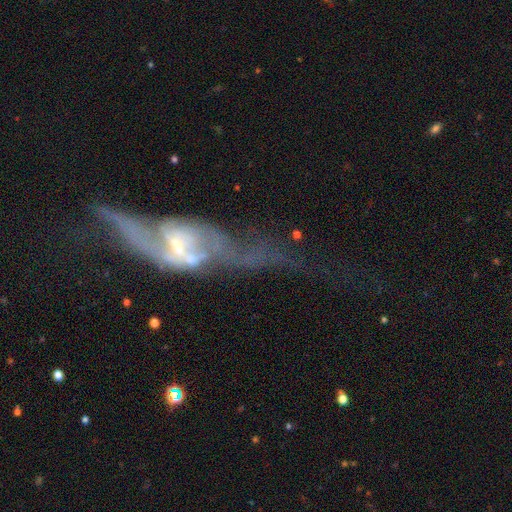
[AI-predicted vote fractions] Morphology: type=featured or disk (73%); edge-on=no (56%); merging=major disturbance (40%).